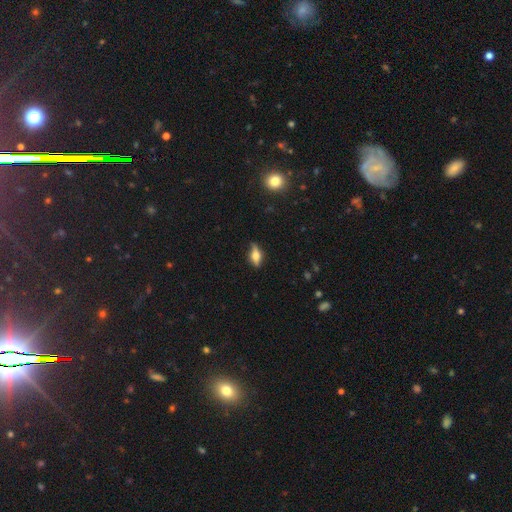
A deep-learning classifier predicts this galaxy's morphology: Q: Smooth or featured?
A: featured or disk (47%); runner-up: smooth (45%)
Q: Merging?
A: none (71%); runner-up: minor disturbance (22%)